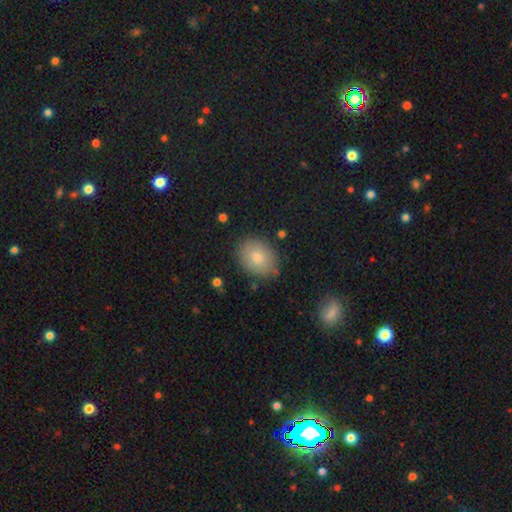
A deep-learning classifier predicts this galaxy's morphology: This appears to be a smooth galaxy with no disk features (80%) that is in between round and cigar-shaped (69%). Merging: none (83%).